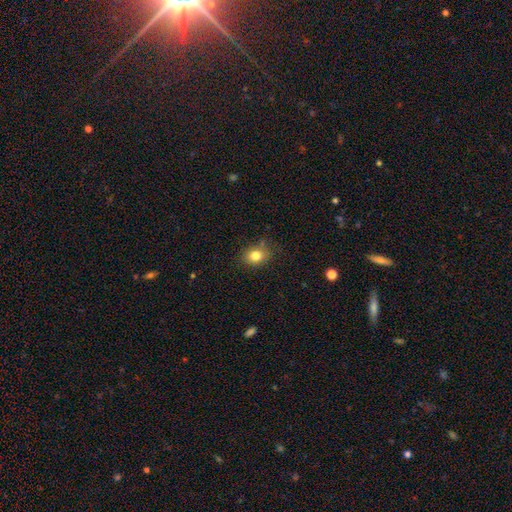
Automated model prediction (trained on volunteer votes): Overall: smooth (82%). How rounded: in between (57%; round 42%). Merging: none (78%).